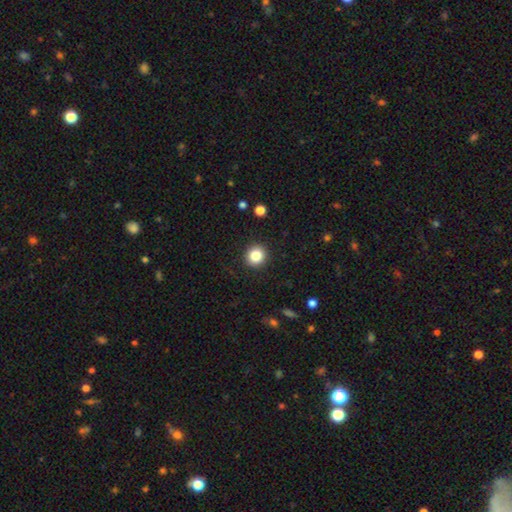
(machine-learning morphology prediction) Smooth or featured?
  - smooth: 84% *
  - star or artifact: 11%
  - featured or disk: 5%
How rounded?
  - round: 91% *
  - in between: 8%
  - cigar-shaped: 1%
Merging?
  - none: 92% *
  - minor disturbance: 5%
  - major disturbance: 2%
  - merger: 1%